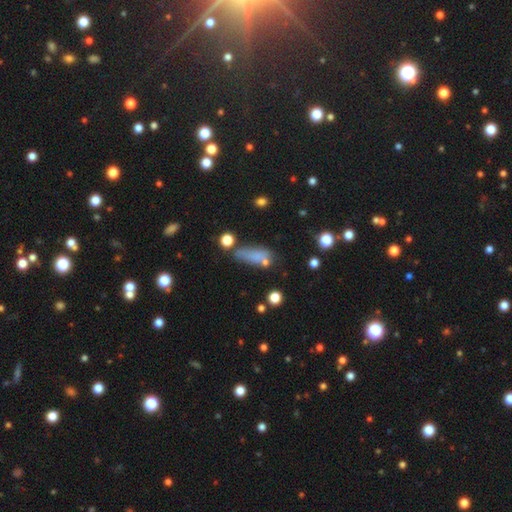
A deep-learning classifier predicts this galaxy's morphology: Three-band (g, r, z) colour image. It shows a smooth galaxy with no disk features (70%) that is in between round and cigar-shaped (57%). Merging: none (49%).